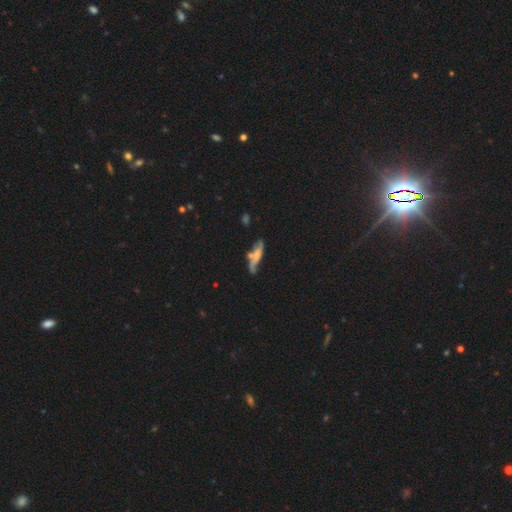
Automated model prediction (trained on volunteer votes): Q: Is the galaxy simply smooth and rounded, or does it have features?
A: smooth — 48%.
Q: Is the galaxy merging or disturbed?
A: none — 46%.